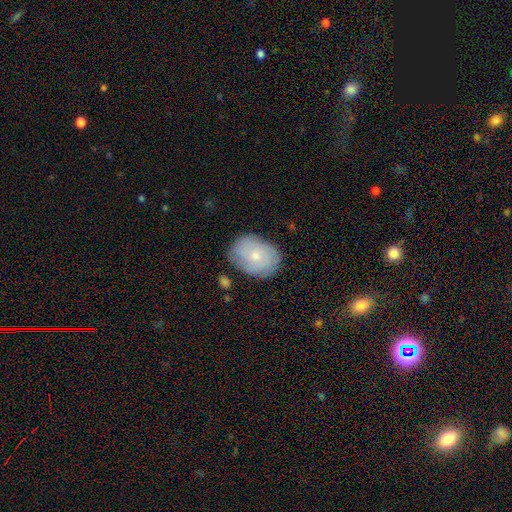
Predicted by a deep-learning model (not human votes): smooth_or_featured: smooth (p=0.55) [alt: featured or disk p=0.37]
how_rounded: in between (p=0.70) [alt: round p=0.29]
merging: none (p=0.75) [alt: minor disturbance p=0.19]